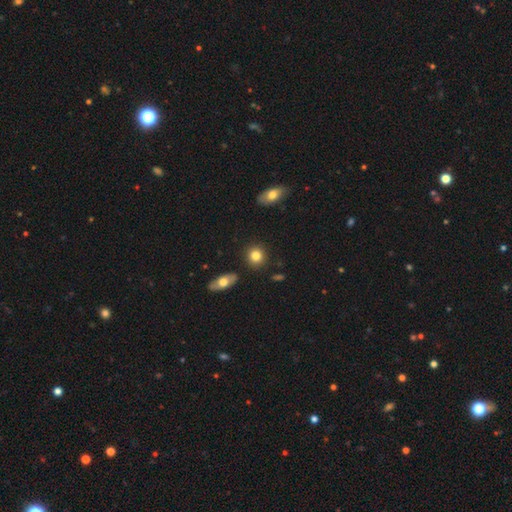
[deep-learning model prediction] Q: Smooth or featured?
A: smooth (83%); runner-up: featured or disk (9%)
Q: How rounded?
A: round (84%); runner-up: in between (15%)
Q: Merging?
A: none (88%); runner-up: minor disturbance (7%)